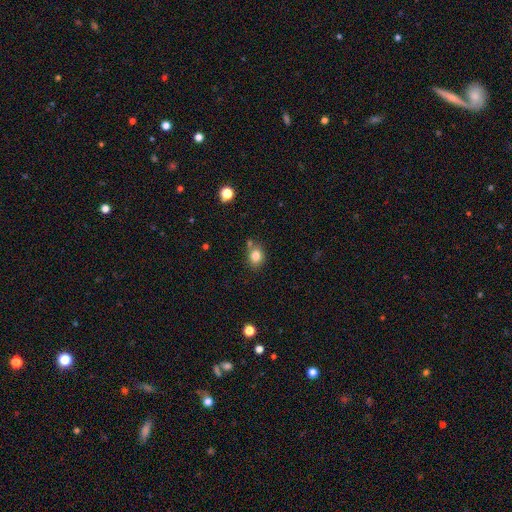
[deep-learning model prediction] Smooth or featured? smooth (81%)
How rounded? round (57%)
Merging? none (68%)